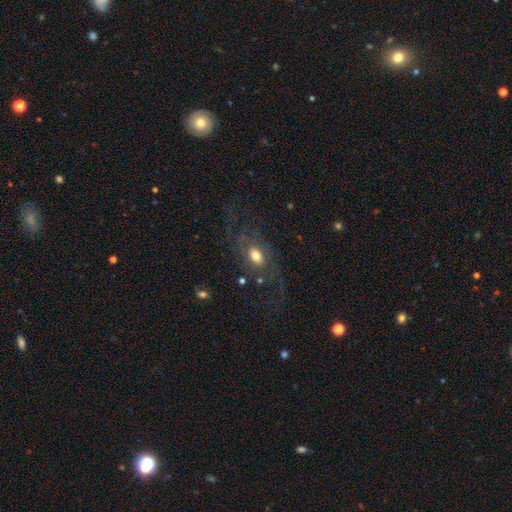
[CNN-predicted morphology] Smooth or featured? featured or disk (50%)
Merging? none (55%)